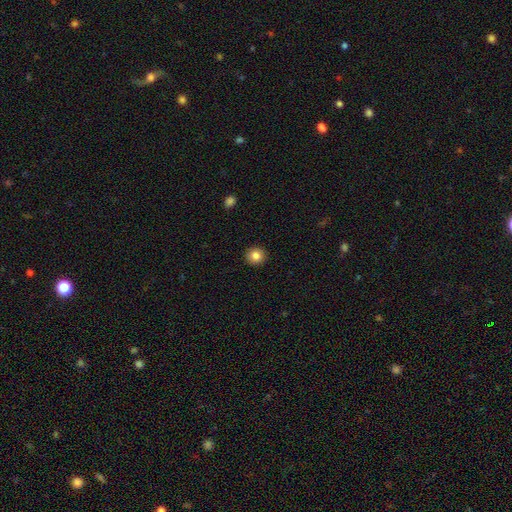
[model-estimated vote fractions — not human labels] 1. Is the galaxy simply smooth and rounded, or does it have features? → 83% smooth, 10% star or artifact, 7% featured or disk.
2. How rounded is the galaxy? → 87% round, 12% in between, 1% cigar-shaped.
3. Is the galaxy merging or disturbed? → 92% none, 5% minor disturbance, 2% major disturbance, 1% merger.